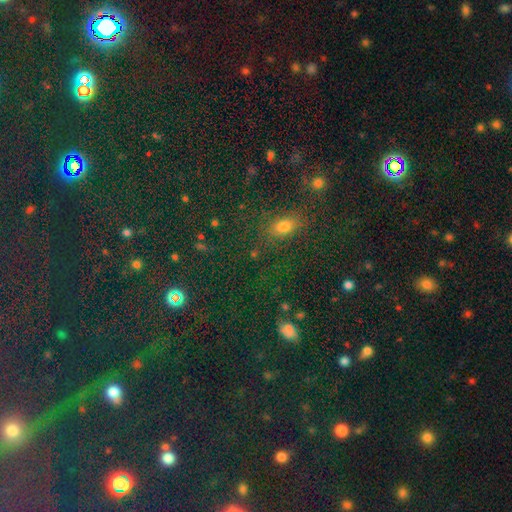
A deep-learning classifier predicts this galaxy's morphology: star or artifact 57%, smooth 35%, featured or disk 8%.